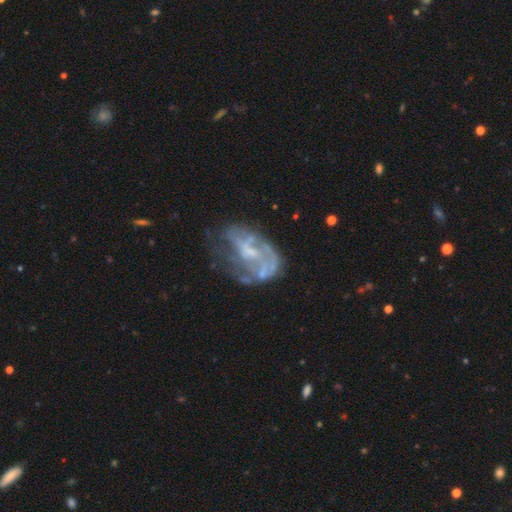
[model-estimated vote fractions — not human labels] The model was most divided on "spiral arms" (2-way tie): no: 50%, yes: 50%. Remaining: edge-on disk — no (96%); smooth or featured — featured or disk (68%); bar — no (61%); merging — none (41%); bulge size — small (39%).